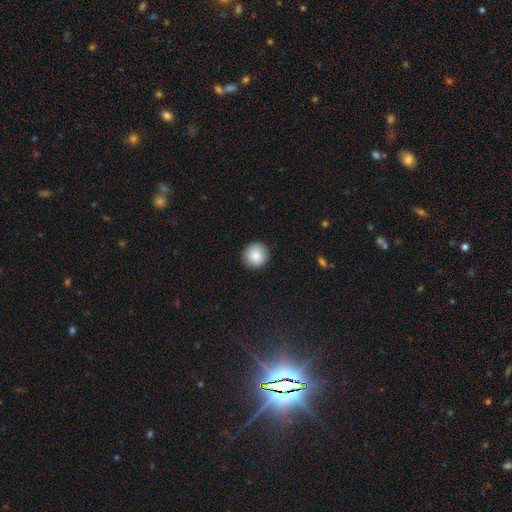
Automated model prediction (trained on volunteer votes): Q: Smooth or featured?
A: smooth (83%); runner-up: featured or disk (9%)
Q: How rounded?
A: round (95%); runner-up: in between (4%)
Q: Merging?
A: none (92%); runner-up: minor disturbance (6%)